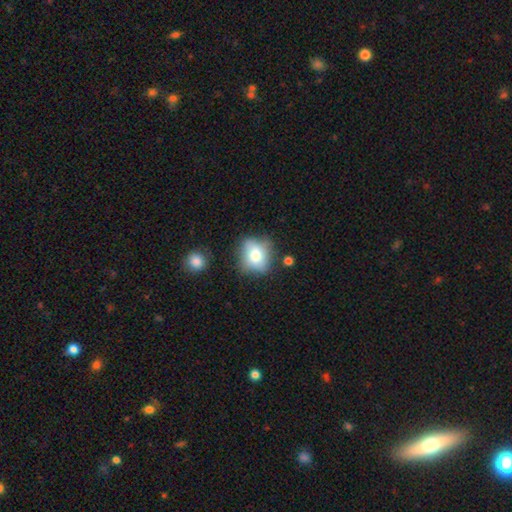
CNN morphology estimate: Smooth or featured? smooth (71%)
How rounded? round (69%)
Merging? none (67%)